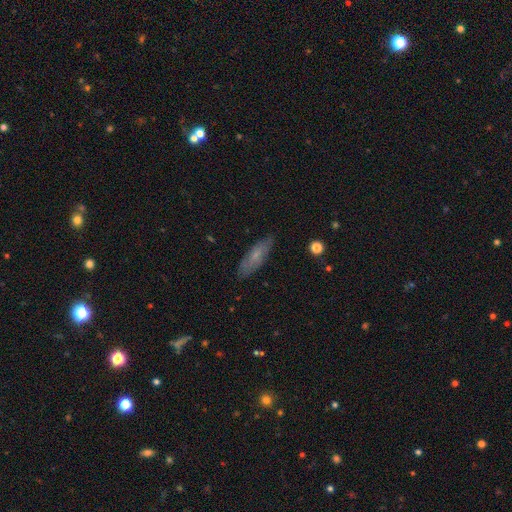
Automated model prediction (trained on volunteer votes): smooth-or-featured: smooth: 61% | featured or disk: 32% | star or artifact: 7%
  how-rounded: cigar-shaped: 51% | in between: 46% | round: 2%
  merging: none: 81% | minor disturbance: 15% | major disturbance: 3% | merger: 1%